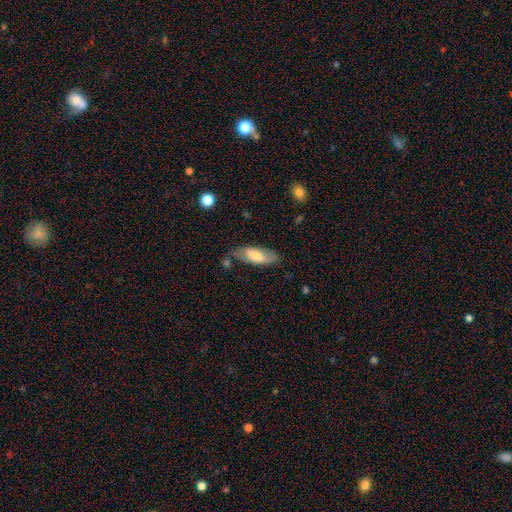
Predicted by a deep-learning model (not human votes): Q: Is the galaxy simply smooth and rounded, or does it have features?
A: smooth — 67%.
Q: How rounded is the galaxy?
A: in between — 73%.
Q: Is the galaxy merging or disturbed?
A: none — 71%.